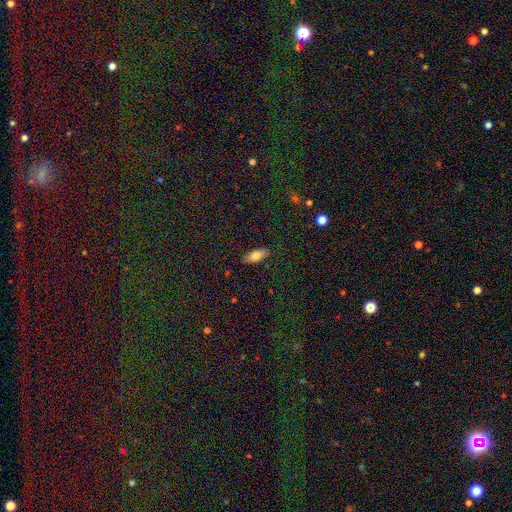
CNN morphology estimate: A smooth galaxy with no disk features (77%) that is in between round and cigar-shaped (83%).

Vote fractions:
- Smooth or featured? smooth: 77% / featured or disk: 15% / star or artifact: 7%
- How rounded? in between: 83% / cigar-shaped: 14% / round: 2%
- Merging? none: 87% / minor disturbance: 10% / major disturbance: 2% / merger: 1%